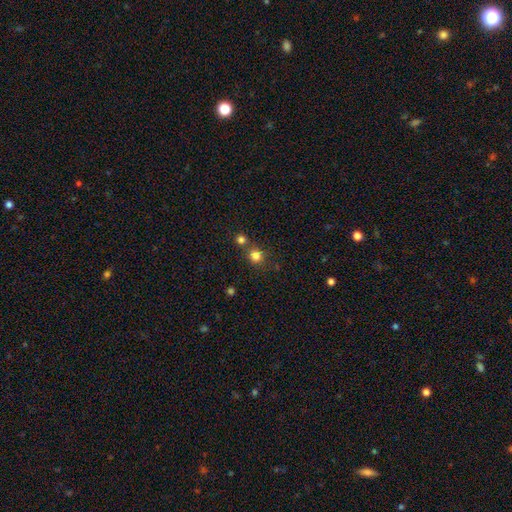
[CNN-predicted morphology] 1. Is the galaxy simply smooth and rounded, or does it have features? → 80% smooth, 14% star or artifact, 6% featured or disk.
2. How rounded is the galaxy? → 88% round, 11% in between, 1% cigar-shaped.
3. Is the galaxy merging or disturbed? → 65% none, 23% merger, 8% minor disturbance, 3% major disturbance.